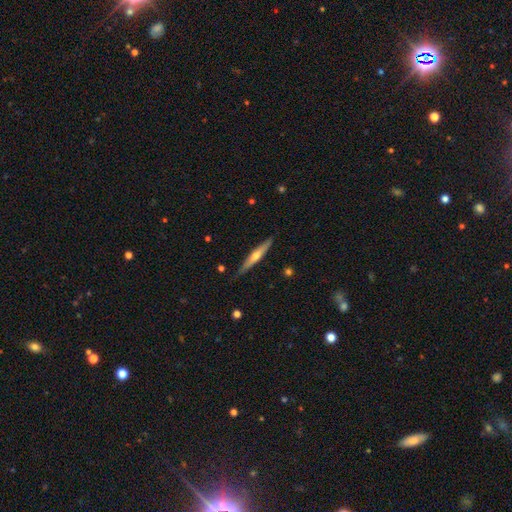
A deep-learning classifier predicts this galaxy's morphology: Overall: featured or disk (60%; smooth 35%). Edge-on disk: yes (96%). Edge-on bulge: rounded (82%). Merging: none (85%).